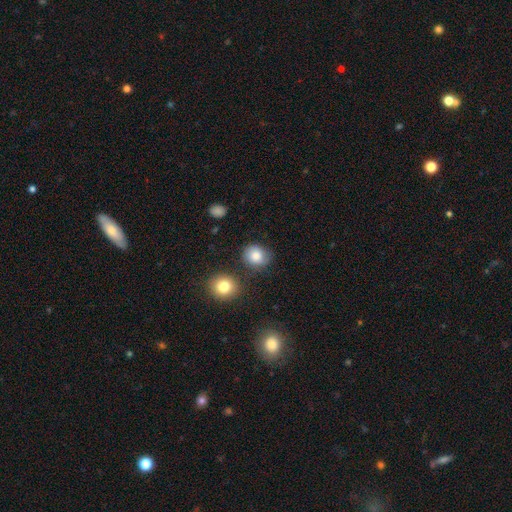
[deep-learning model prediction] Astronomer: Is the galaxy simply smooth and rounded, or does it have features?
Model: smooth — 82%.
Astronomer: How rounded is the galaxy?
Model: round — 72%.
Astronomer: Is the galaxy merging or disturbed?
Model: none — 74%.